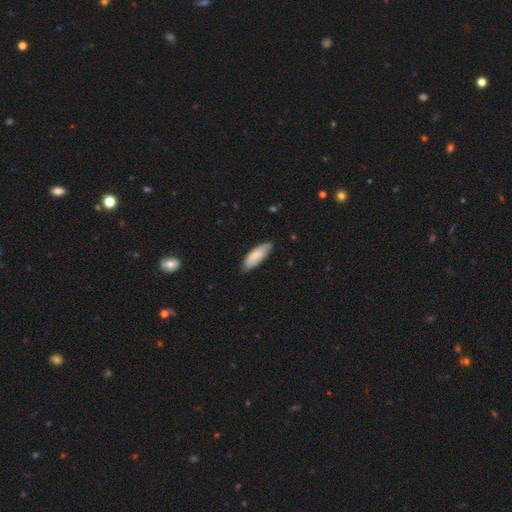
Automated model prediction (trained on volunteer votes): Smooth or featured? Predicted: smooth (p=0.81). How rounded? Predicted: in between (p=0.66). Merging? Predicted: none (p=0.74).